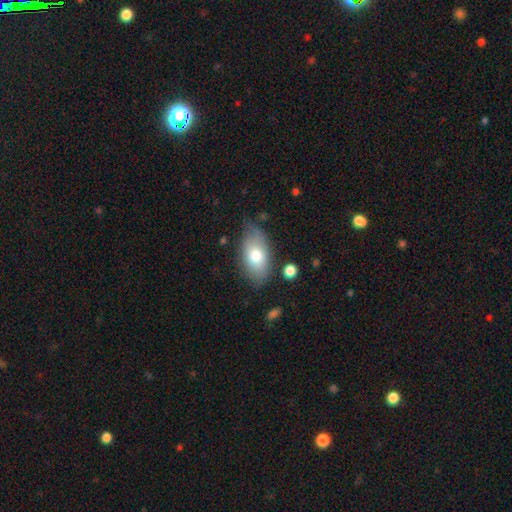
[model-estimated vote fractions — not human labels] The model was most divided on "merging": none: 71%, minor disturbance: 21%, major disturbance: 5%, merger: 3%. More confident: how rounded — in between (91%); smooth or featured — smooth (74%).